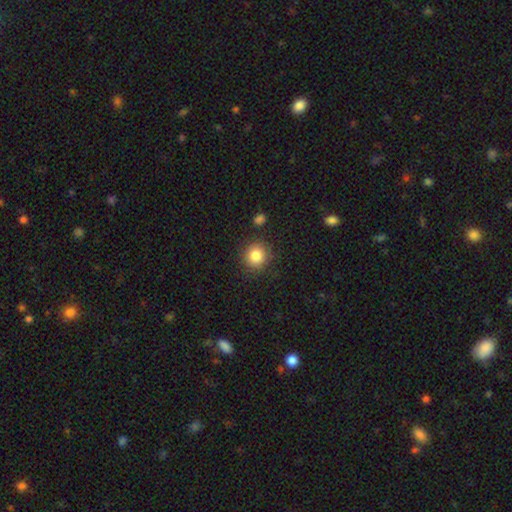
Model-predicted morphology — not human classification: smooth 84%, star or artifact 10%, featured or disk 6%. Down the decision tree: how rounded — round (89%); merging — none (86%).